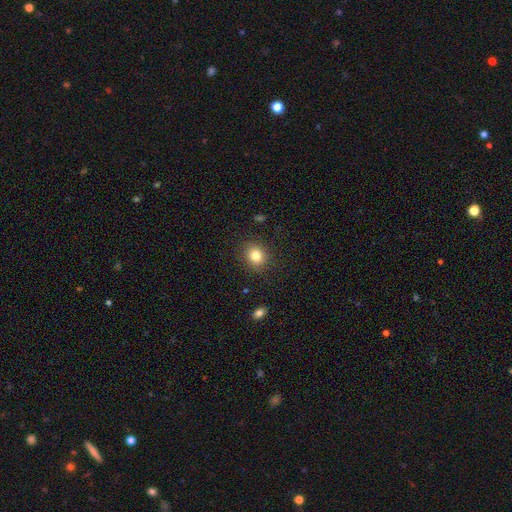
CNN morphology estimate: Smooth or featured?
  - smooth: 82% *
  - star or artifact: 11%
  - featured or disk: 7%
How rounded?
  - round: 70% *
  - in between: 29%
  - cigar-shaped: 1%
Merging?
  - none: 88% *
  - minor disturbance: 8%
  - major disturbance: 3%
  - merger: 1%